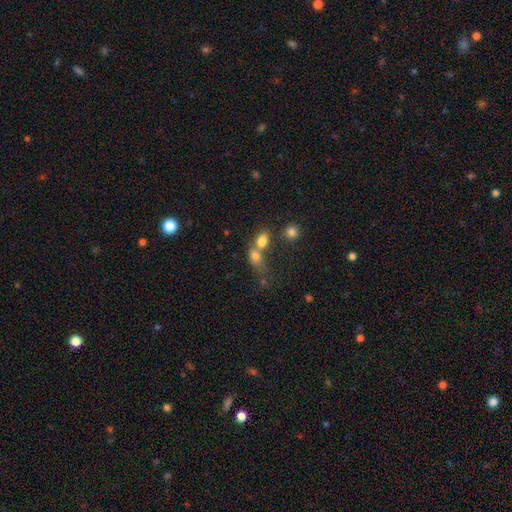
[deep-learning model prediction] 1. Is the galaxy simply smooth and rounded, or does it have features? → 70% smooth, 16% star or artifact, 14% featured or disk.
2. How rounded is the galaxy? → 59% in between, 36% round, 5% cigar-shaped.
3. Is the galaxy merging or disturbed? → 58% merger, 27% none, 8% minor disturbance, 6% major disturbance.